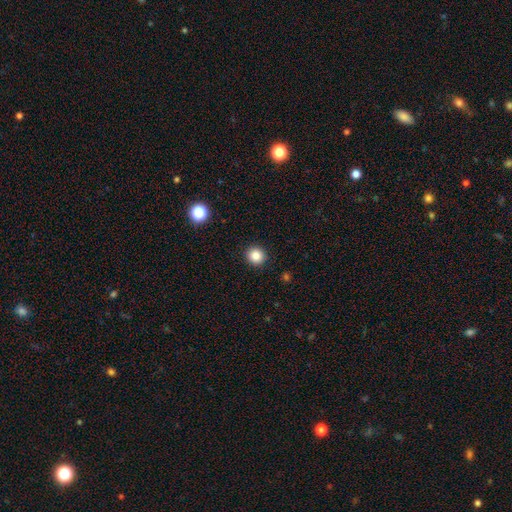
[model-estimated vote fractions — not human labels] Q: Smooth or featured?
A: smooth (84%); runner-up: star or artifact (11%)
Q: How rounded?
A: round (93%); runner-up: in between (6%)
Q: Merging?
A: none (93%); runner-up: minor disturbance (5%)